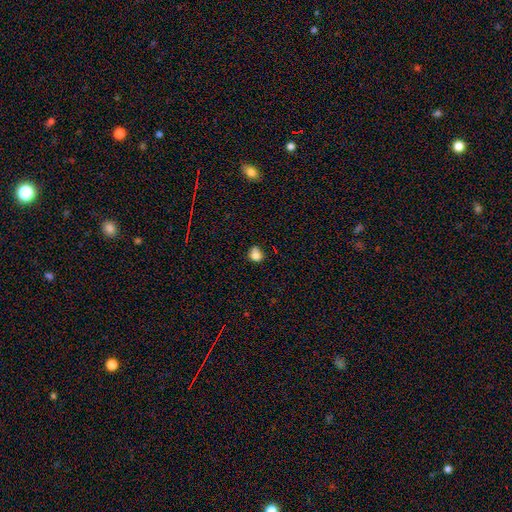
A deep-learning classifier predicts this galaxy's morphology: smooth_or_featured: smooth (p=0.80) [alt: star or artifact p=0.12]
how_rounded: round (p=0.72) [alt: in between p=0.27]
merging: none (p=0.58) [alt: minor disturbance p=0.30]